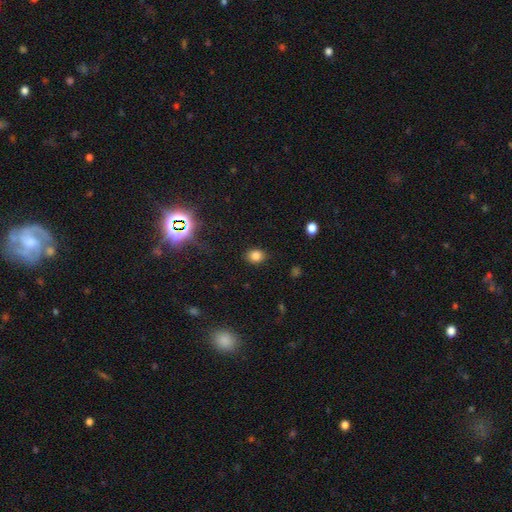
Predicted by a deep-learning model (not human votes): This is clearly a smooth galaxy (81%). How rounded: possibly round (51%). Merging: clearly none (86%).